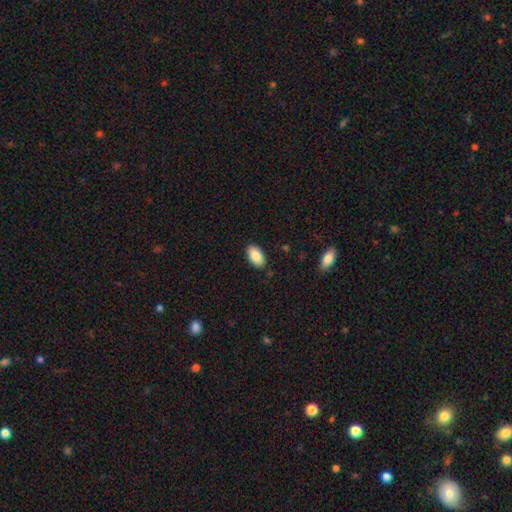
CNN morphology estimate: This appears to be a smooth galaxy with no disk features (86%) that is in between round and cigar-shaped (95%). Merging: none (87%).